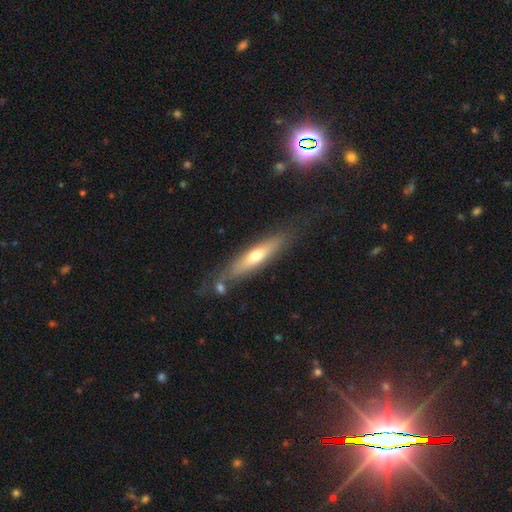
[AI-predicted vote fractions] Overall: smooth (49%; featured or disk 44%). Merging: none (70%).